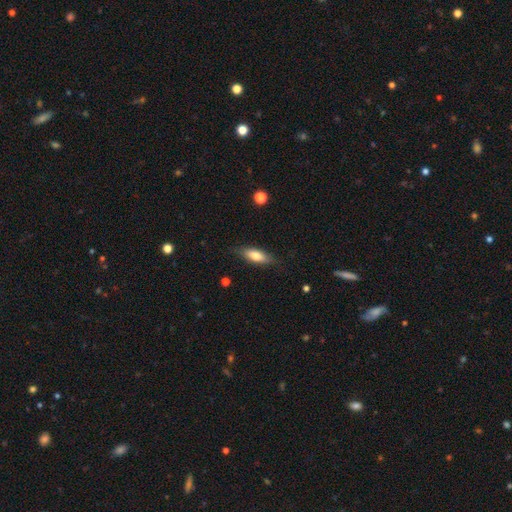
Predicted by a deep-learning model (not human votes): Q: Smooth or featured?
A: smooth (72%); runner-up: featured or disk (21%)
Q: How rounded?
A: in between (60%); runner-up: cigar-shaped (37%)
Q: Merging?
A: none (82%); runner-up: minor disturbance (14%)